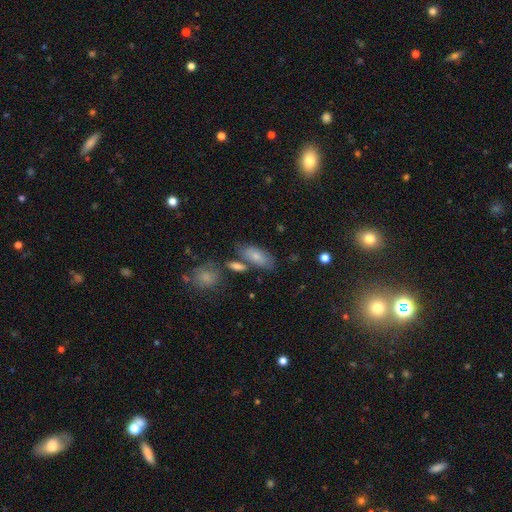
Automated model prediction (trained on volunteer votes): smooth-or-featured: smooth: 74% | featured or disk: 19% | star or artifact: 7%
  how-rounded: in between: 85% | cigar-shaped: 12% | round: 4%
  merging: none: 61% | merger: 17% | minor disturbance: 17% | major disturbance: 5%